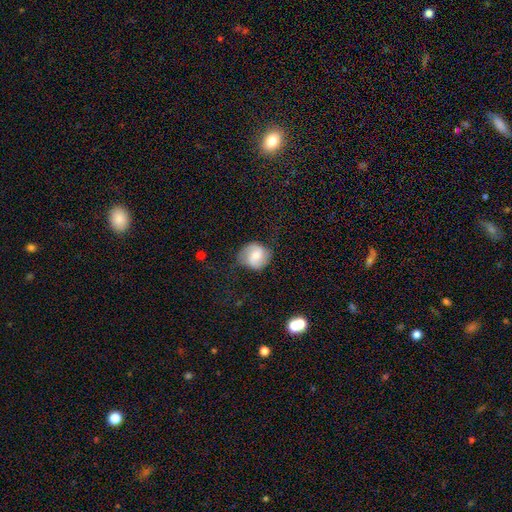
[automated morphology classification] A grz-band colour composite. It shows a smooth galaxy with no disk features (48%). Merging: none (69%).